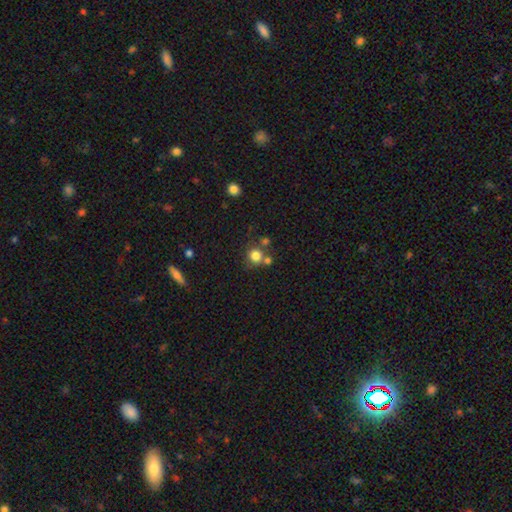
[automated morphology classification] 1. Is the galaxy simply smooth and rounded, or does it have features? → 80% smooth, 13% star or artifact, 7% featured or disk.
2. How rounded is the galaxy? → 90% round, 9% in between, 1% cigar-shaped.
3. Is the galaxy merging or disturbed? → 64% none, 23% merger, 9% minor disturbance, 4% major disturbance.